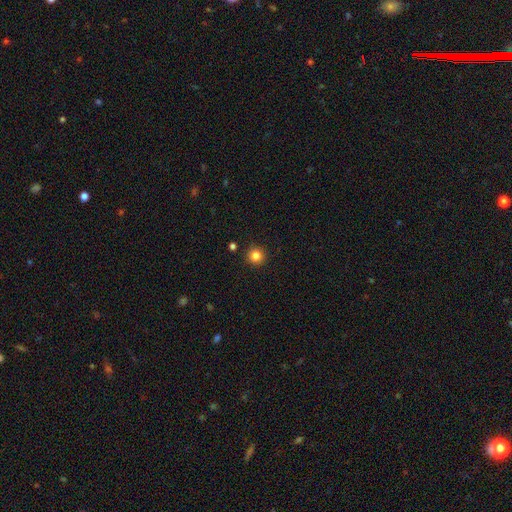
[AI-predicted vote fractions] Overall: smooth (83%). How rounded: round (95%). Merging: none (92%).